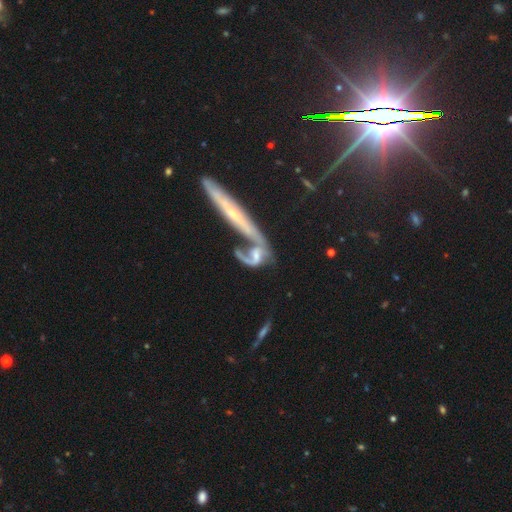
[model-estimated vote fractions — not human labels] Overall: featured or disk (69%). Edge-on disk: no (80%). Bar: no (54%; weak 32%). Spiral arms: yes (71%). Bulge size: moderate (37%; small 29%). Merging: merger (56%; none 20%).